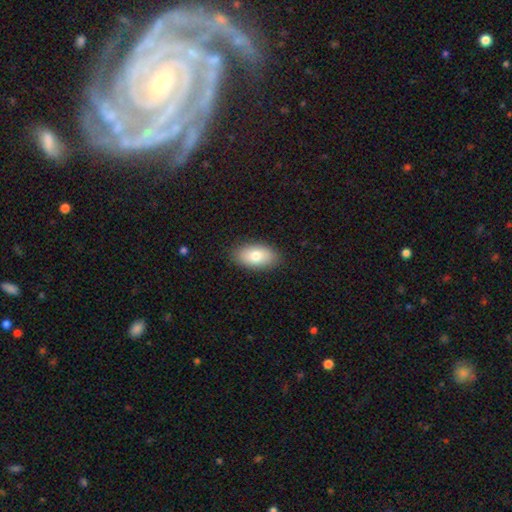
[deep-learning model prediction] A smooth galaxy with no disk features (78%) that is in between round and cigar-shaped (93%). Merging: none (88%).